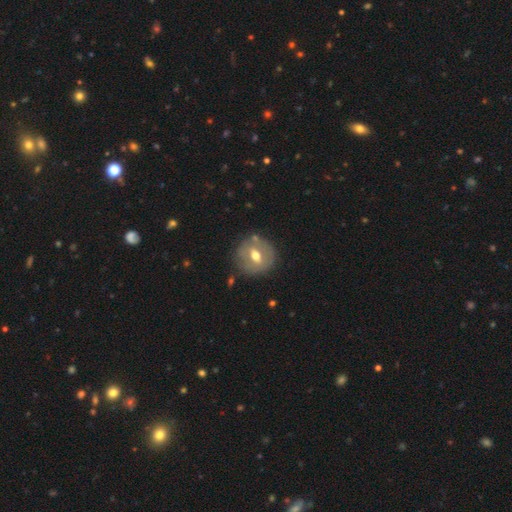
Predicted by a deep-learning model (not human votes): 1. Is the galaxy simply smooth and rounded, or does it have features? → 47% featured or disk, 46% smooth, 7% star or artifact.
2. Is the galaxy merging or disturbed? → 77% none, 14% minor disturbance, 4% major disturbance, 4% merger.